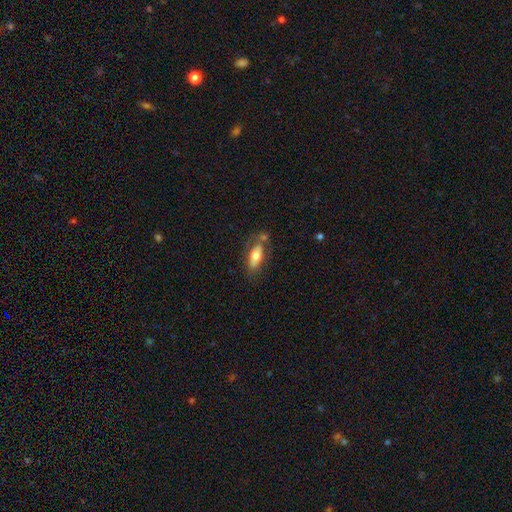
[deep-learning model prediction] Q: Smooth or featured?
A: smooth (66%); runner-up: featured or disk (28%)
Q: How rounded?
A: in between (76%); runner-up: cigar-shaped (21%)
Q: Merging?
A: none (55%); runner-up: minor disturbance (21%)